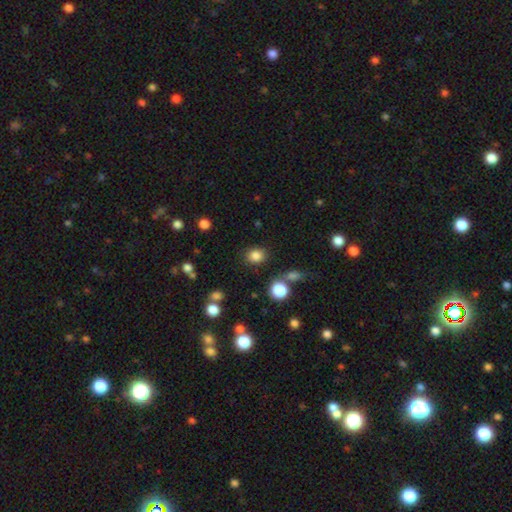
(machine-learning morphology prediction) Overall: smooth (84%). How rounded: round (66%; in between 32%). Merging: none (83%).